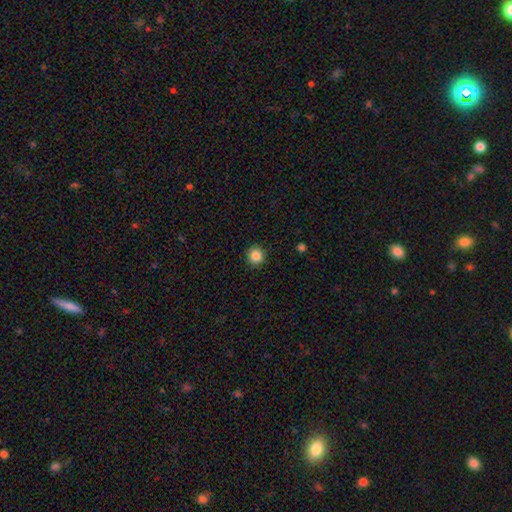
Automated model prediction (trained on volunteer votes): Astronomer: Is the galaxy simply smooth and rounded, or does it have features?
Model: smooth — 85%.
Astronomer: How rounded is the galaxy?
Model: round — 95%.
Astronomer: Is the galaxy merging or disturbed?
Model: none — 92%.